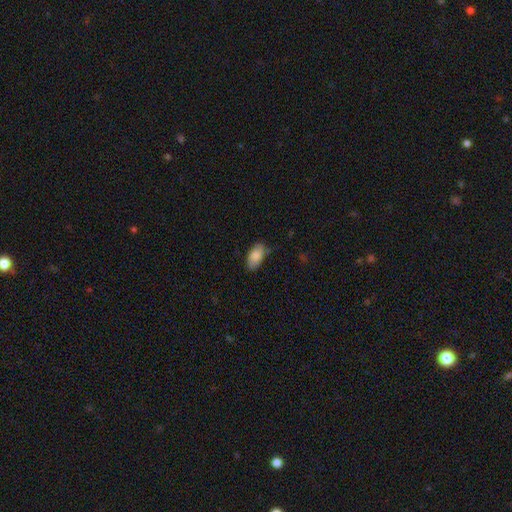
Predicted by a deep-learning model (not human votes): Smooth or featured: smooth — 85% (featured or disk — 9%)
How rounded: in between — 93% (cigar-shaped — 4%)
Merging: none — 74% (minor disturbance — 21%)